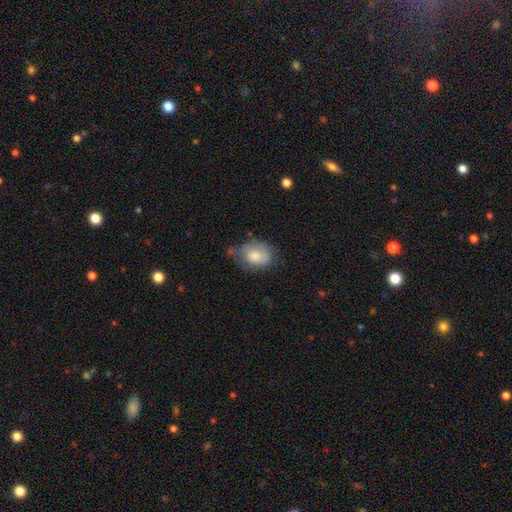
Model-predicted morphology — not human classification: Smooth or featured?
  - smooth: 75% *
  - featured or disk: 17%
  - star or artifact: 7%
How rounded?
  - in between: 58% *
  - round: 41%
  - cigar-shaped: 1%
Merging?
  - none: 43% *
  - minor disturbance: 36%
  - major disturbance: 15%
  - merger: 6%